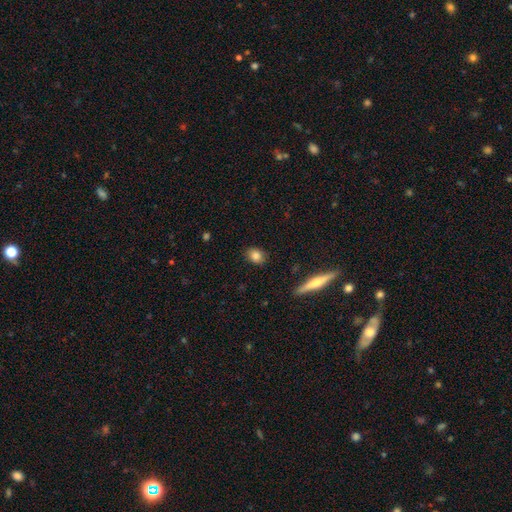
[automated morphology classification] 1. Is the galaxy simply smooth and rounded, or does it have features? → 84% smooth, 9% star or artifact, 8% featured or disk.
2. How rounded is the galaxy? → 51% in between, 46% round, 3% cigar-shaped.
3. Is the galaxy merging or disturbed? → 88% none, 9% minor disturbance, 2% major disturbance, 1% merger.